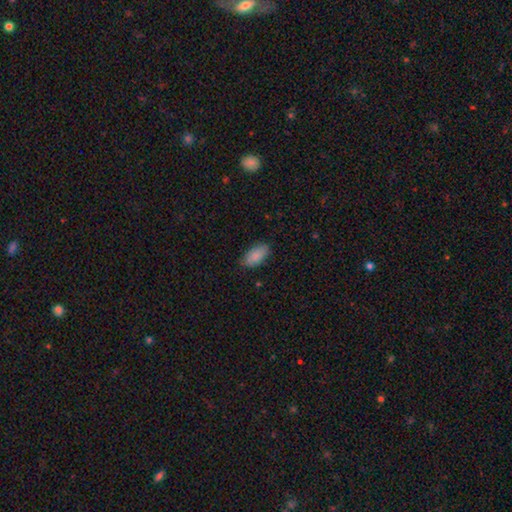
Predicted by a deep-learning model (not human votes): smooth 87%, star or artifact 6%, featured or disk 6%. Down the decision tree: how rounded — in between (93%); merging — none (80%).